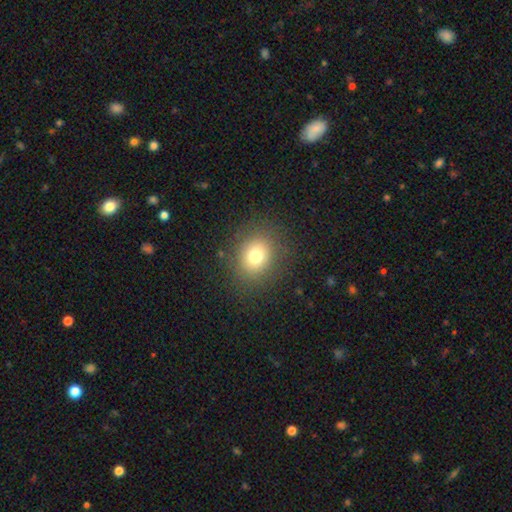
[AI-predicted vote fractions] A smooth galaxy with no disk features (76%) that is round (74%). Merging: none (86%).